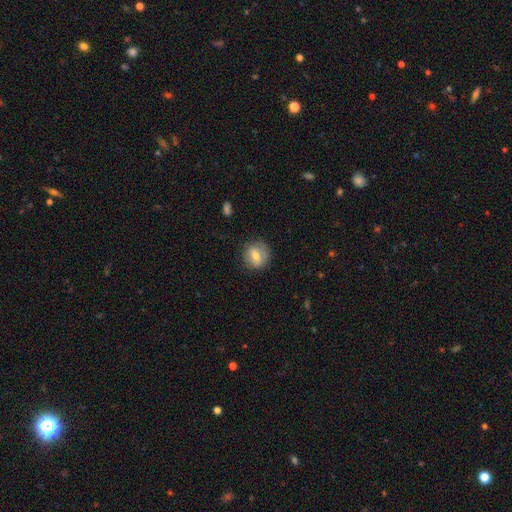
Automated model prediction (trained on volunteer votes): The model was most divided on "smooth or featured": smooth: 64%, featured or disk: 28%, star or artifact: 9%. More confident: how rounded — round (82%); merging — none (80%).